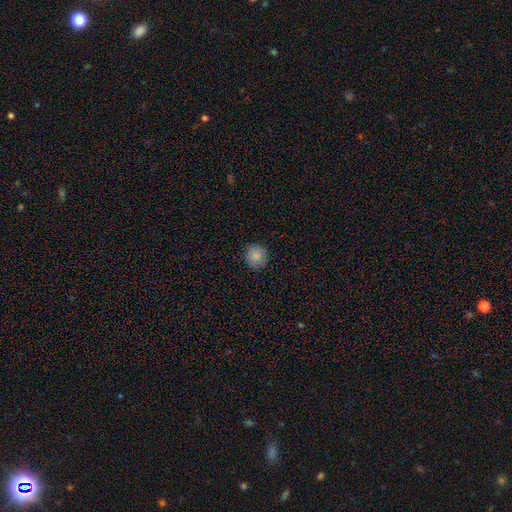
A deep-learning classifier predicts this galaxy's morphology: This is clearly a smooth galaxy (87%). How rounded: clearly round (91%). Merging: clearly none (89%).